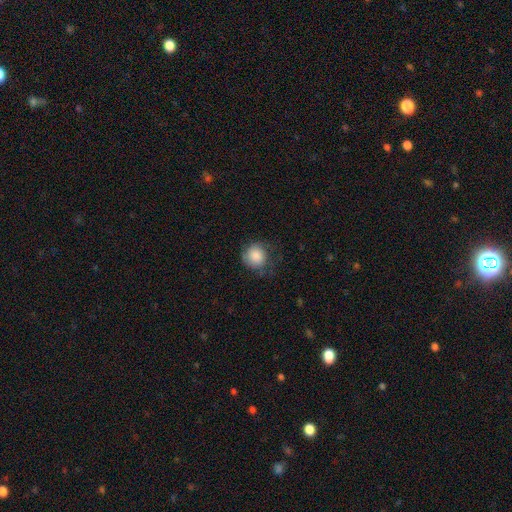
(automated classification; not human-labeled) smooth-or-featured: smooth: 81% | featured or disk: 12% | star or artifact: 7%
  how-rounded: round: 86% | in between: 13% | cigar-shaped: 1%
  merging: none: 61% | minor disturbance: 25% | major disturbance: 13% | merger: 1%